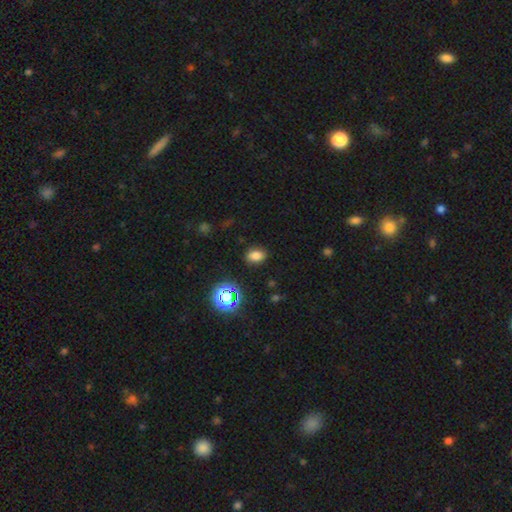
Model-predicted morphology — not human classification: Overall: smooth (74%). How rounded: in between (77%). Merging: none (85%).